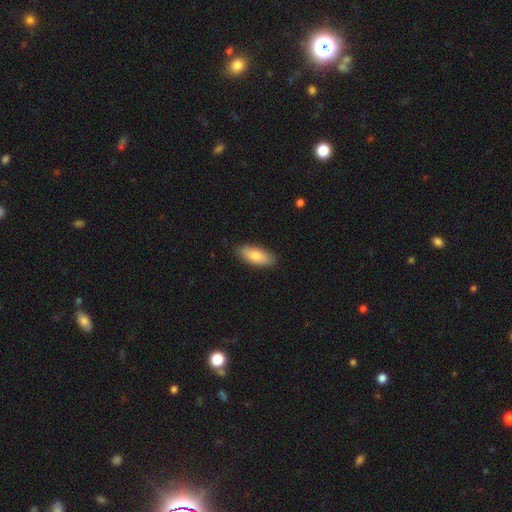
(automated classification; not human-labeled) A smooth galaxy with no disk features (82%) that is in between round and cigar-shaped (78%).

Vote fractions:
- Smooth or featured? smooth: 82% / featured or disk: 13% / star or artifact: 6%
- How rounded? in between: 78% / cigar-shaped: 20% / round: 2%
- Merging? none: 86% / minor disturbance: 11% / major disturbance: 2% / merger: 1%